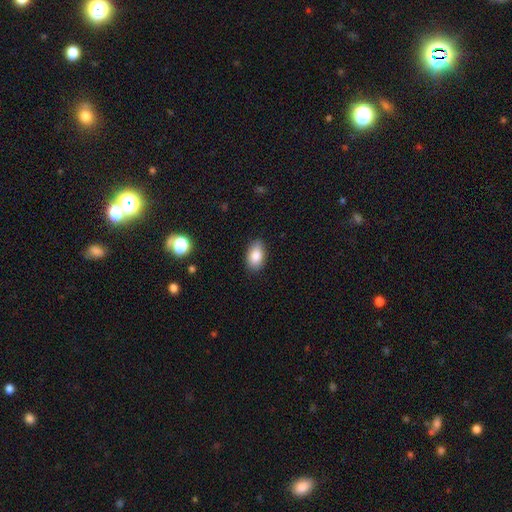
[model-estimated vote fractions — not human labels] smooth 86%, star or artifact 8%, featured or disk 6%. Down the decision tree: how rounded — in between (91%); merging — none (84%).